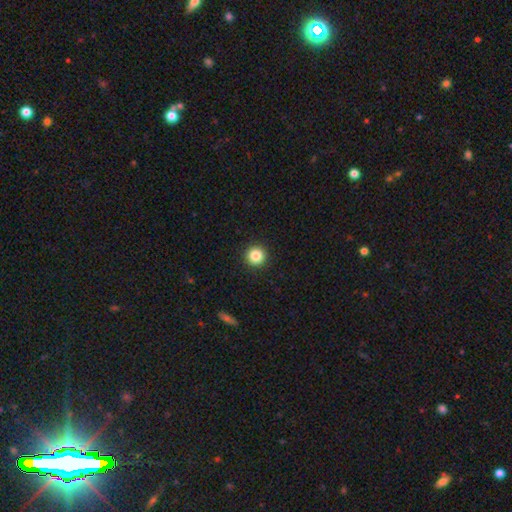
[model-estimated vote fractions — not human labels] smooth-or-featured: smooth: 85% | star or artifact: 10% | featured or disk: 4%
  how-rounded: round: 96% | in between: 3% | cigar-shaped: 1%
  merging: none: 93% | minor disturbance: 4% | major disturbance: 2% | merger: 1%